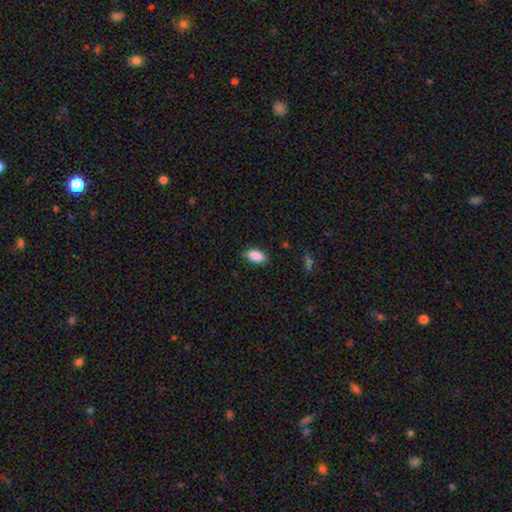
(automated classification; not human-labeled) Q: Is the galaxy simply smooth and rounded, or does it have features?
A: smooth — 89%.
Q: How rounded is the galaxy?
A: in between — 92%.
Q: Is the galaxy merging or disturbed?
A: none — 85%.